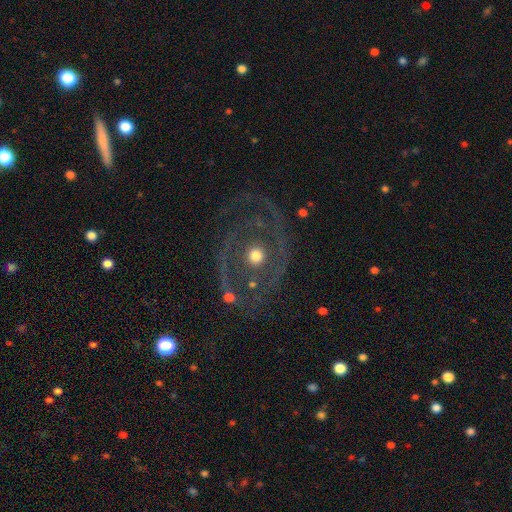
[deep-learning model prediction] This appears to be a featured or disk galaxy (70%) with no bar (88%), spiral arms (54%) and a moderate central bulge (64%). Merging: none (63%).